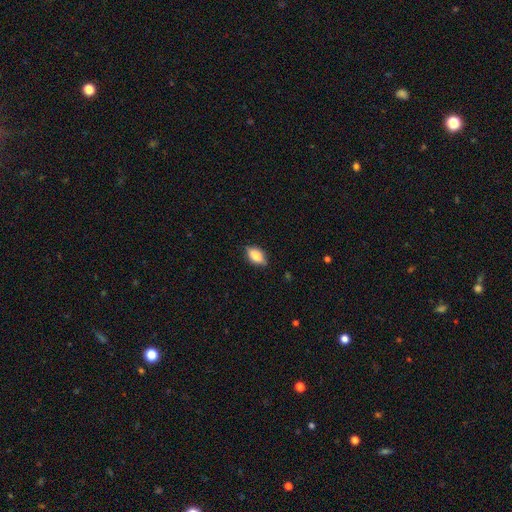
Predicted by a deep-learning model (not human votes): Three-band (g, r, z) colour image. It shows a smooth galaxy with no disk features (79%) that is in between round and cigar-shaped (88%). Merging: none (82%).